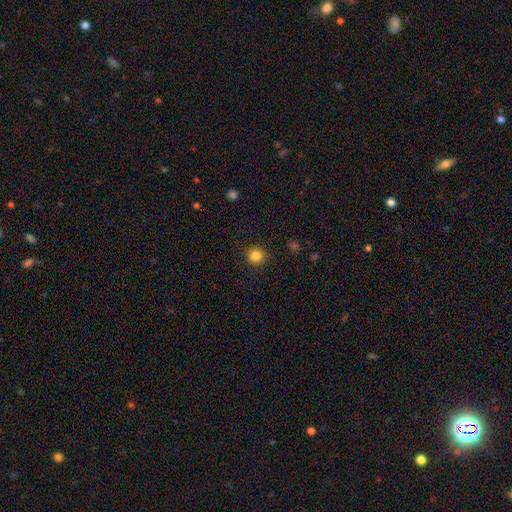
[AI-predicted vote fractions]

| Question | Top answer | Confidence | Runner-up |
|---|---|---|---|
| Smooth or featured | smooth | 83% | star or artifact (12%) |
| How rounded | round | 94% | in between (6%) |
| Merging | none | 92% | minor disturbance (5%) |